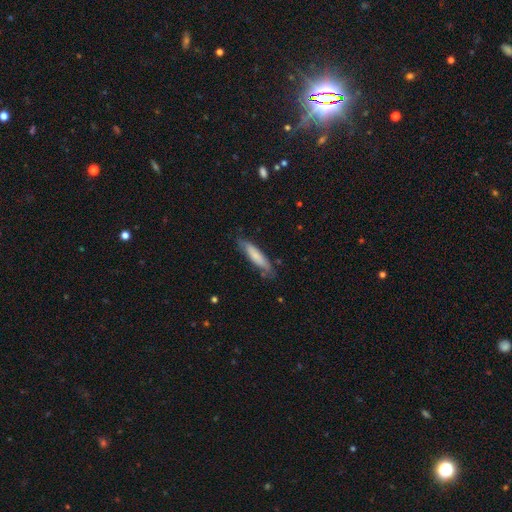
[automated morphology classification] Overall: smooth (72%). How rounded: cigar-shaped (79%). Merging: none (74%).